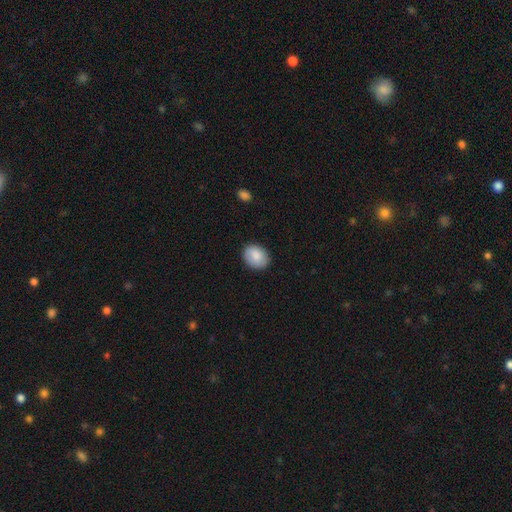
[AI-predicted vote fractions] Smooth or featured? smooth (85%)
How rounded? in between (52%)
Merging? none (85%)